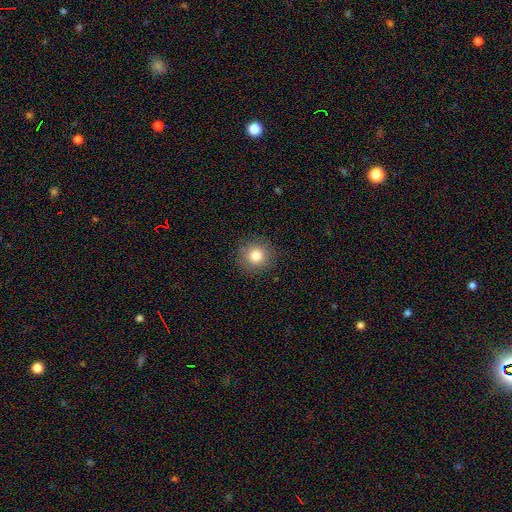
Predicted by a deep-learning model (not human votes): The model was most divided on "smooth or featured": smooth: 81%, star or artifact: 11%, featured or disk: 8%. More confident: how rounded — round (93%); merging — none (89%).